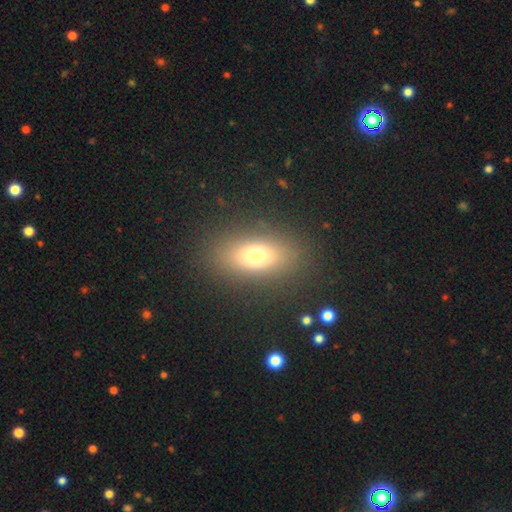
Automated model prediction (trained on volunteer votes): smooth 72%, featured or disk 16%, star or artifact 12%. Down the decision tree: how rounded — in between (80%); merging — none (86%).